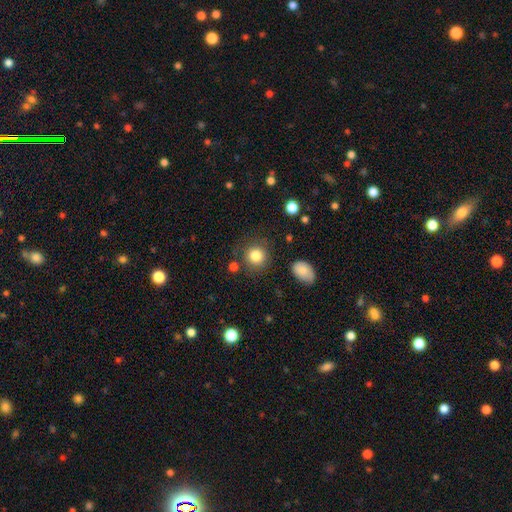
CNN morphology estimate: The model was most divided on "merging": none: 82%, minor disturbance: 10%, major disturbance: 4%, merger: 4%. More confident: how rounded — round (89%); smooth or featured — smooth (84%).